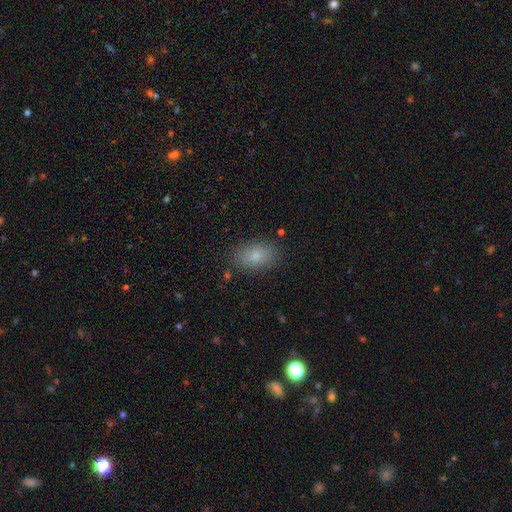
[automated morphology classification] The model was most divided on "smooth or featured": smooth: 81%, featured or disk: 9%, star or artifact: 9%. More confident: how rounded — in between (89%); merging — none (84%).